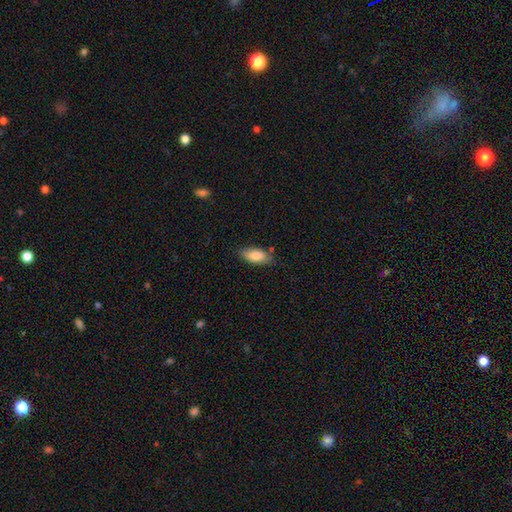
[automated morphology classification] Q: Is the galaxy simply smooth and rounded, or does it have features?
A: smooth — 83%.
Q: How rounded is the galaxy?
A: in between — 87%.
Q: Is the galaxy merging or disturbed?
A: none — 77%.